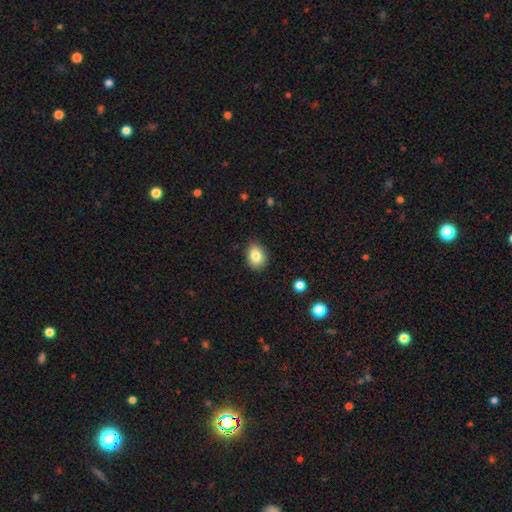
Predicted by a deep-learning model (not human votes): smooth-or-featured: smooth: 84% | star or artifact: 9% | featured or disk: 7%
  how-rounded: in between: 68% | round: 31% | cigar-shaped: 1%
  merging: none: 86% | minor disturbance: 11% | major disturbance: 2% | merger: 1%